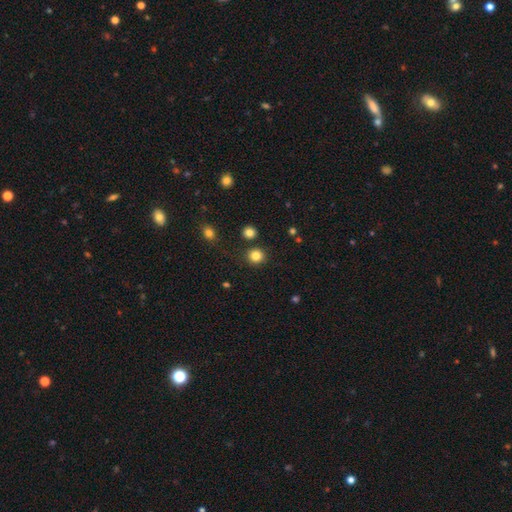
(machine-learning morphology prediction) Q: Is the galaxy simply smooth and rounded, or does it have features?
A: smooth — 83%.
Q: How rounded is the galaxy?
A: round — 91%.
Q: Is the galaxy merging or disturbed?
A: none — 87%.